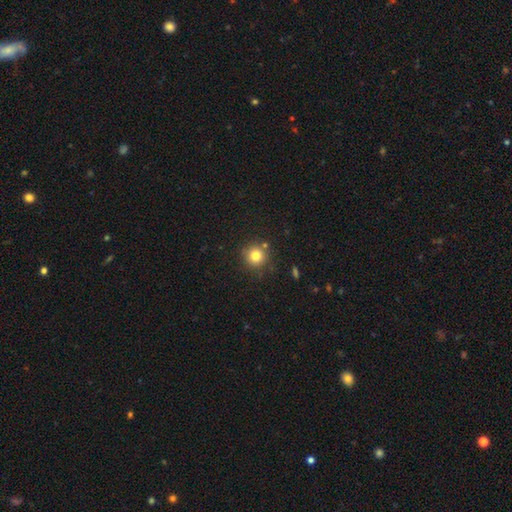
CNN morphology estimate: Smooth or featured? Predicted: smooth (p=0.79). How rounded? Predicted: round (p=0.94). Merging? Predicted: none (p=0.83).